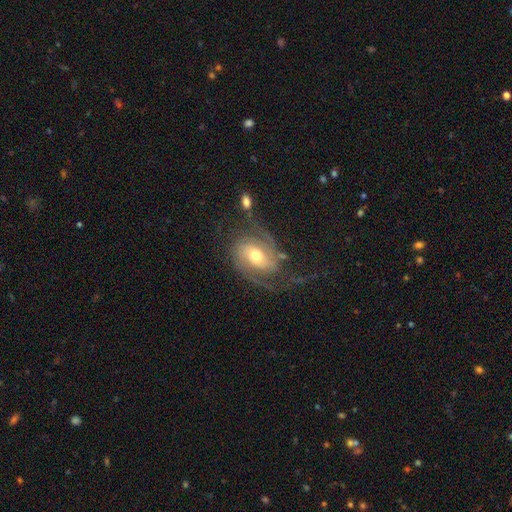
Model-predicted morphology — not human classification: Q: Smooth or featured?
A: featured or disk (85%); runner-up: smooth (10%)
Q: Edge-on disk?
A: no (97%); runner-up: yes (3%)
Q: Bar?
A: no (49%); runner-up: weak (37%)
Q: Spiral arms?
A: yes (96%); runner-up: no (4%)
Q: Spiral winding?
A: medium (46%); runner-up: tight (31%)
Q: Spiral arm count?
A: 2 (79%); runner-up: can't tell (7%)
Q: Bulge size?
A: moderate (69%); runner-up: small (20%)
Q: Merging?
A: none (57%); runner-up: major disturbance (21%)